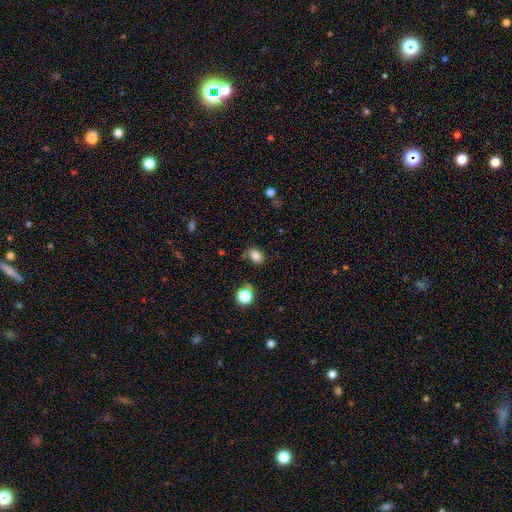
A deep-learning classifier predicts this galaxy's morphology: This appears to be a smooth galaxy with no disk features (82%) that is in between round and cigar-shaped (58%). Merging: none (71%).